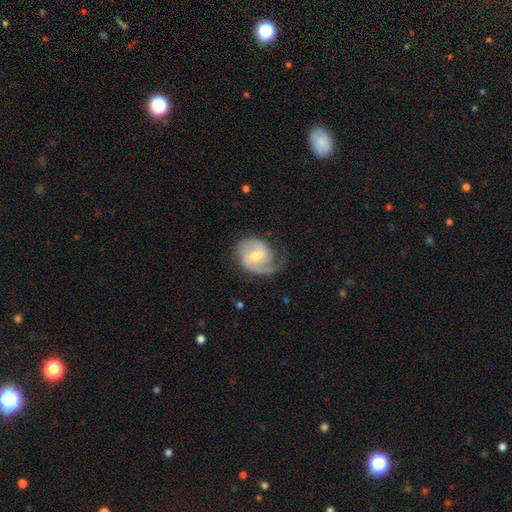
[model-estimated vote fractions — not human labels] Smooth or featured? featured or disk (78%)
Edge-on disk? no (97%)
Bar? weak (54%)
Spiral arms? yes (94%)
Spiral winding? medium (46%)
Spiral arm count? 2 (57%)
Bulge size? moderate (57%)
Merging? none (53%)